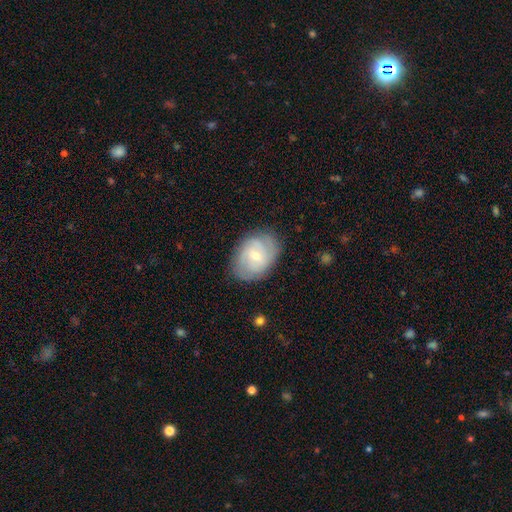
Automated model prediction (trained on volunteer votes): The model was most divided on "bar": no: 50%, weak: 43%, strong: 7%. Remaining: edge-on disk — no (96%); spiral arms — yes (84%); merging — none (79%); smooth or featured — featured or disk (63%); bulge size — small (62%); spiral winding — tight (57%); spiral arm count — can't tell (40%).